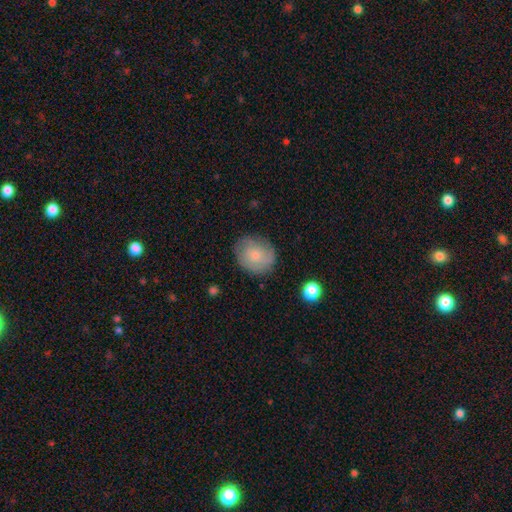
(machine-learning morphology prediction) This is likely a smooth galaxy (63%). How rounded: likely round (67%). Merging: likely none (76%).